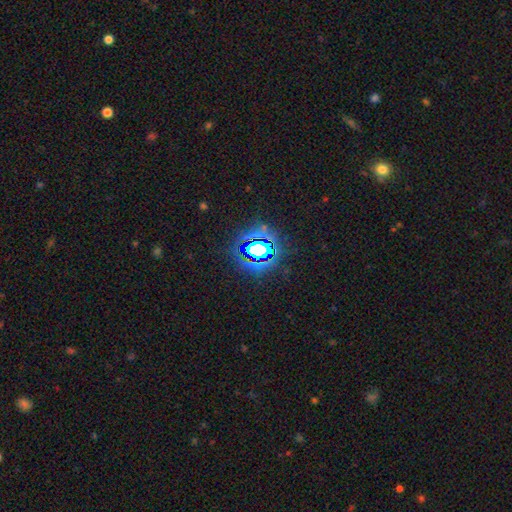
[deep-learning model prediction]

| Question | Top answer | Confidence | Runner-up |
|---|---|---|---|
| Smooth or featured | star or artifact | 70% | smooth (17%) |